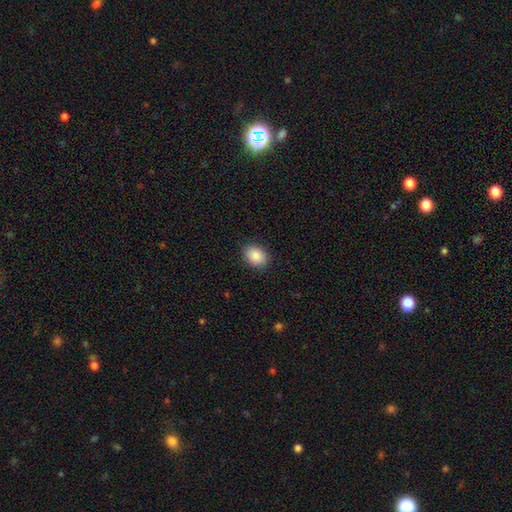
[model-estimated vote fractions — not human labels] Smooth or featured: smooth — 89% (star or artifact — 7%)
How rounded: in between — 65% (round — 34%)
Merging: none — 88% (minor disturbance — 9%)